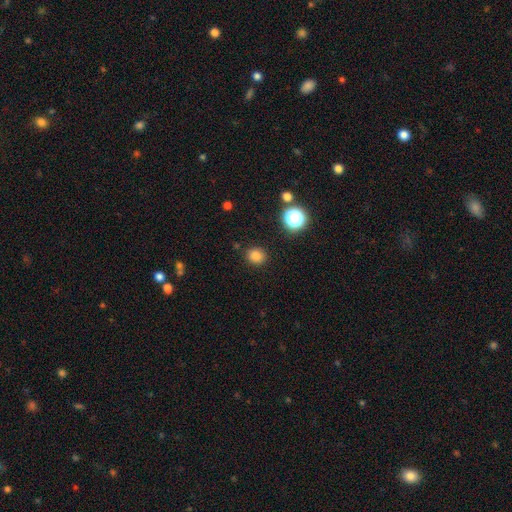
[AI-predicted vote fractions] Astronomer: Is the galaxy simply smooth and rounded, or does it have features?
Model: smooth — 81%.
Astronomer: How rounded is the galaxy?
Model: round — 81%.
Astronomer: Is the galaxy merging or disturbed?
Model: none — 89%.